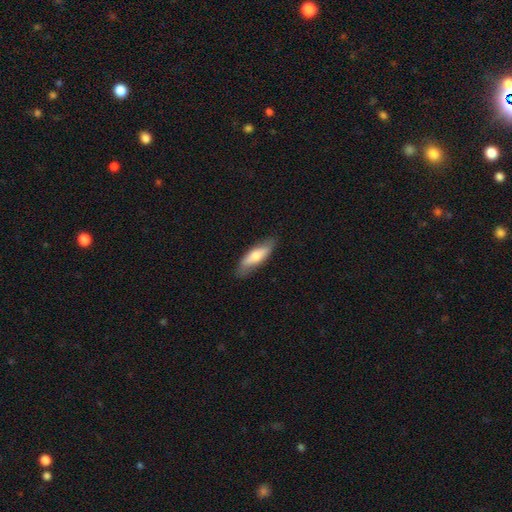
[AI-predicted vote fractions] Smooth or featured?
  - smooth: 64% *
  - featured or disk: 30%
  - star or artifact: 5%
How rounded?
  - in between: 49% *
  - cigar-shaped: 48%
  - round: 2%
Merging?
  - none: 81% *
  - minor disturbance: 15%
  - major disturbance: 3%
  - merger: 1%